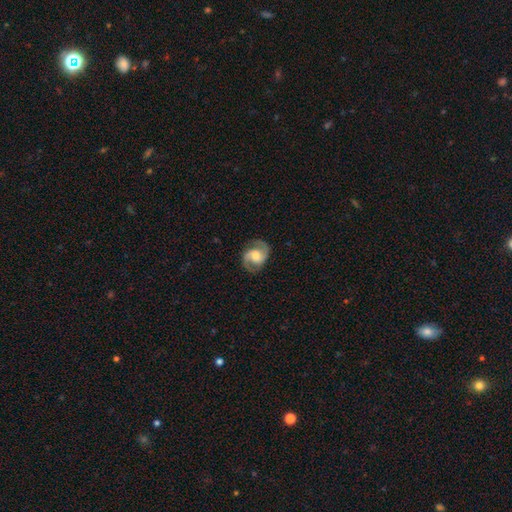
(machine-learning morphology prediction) This appears to be a featured or disk galaxy (87%) with no bar (49%), 2 (93%) medium (58%) spiral arms (97%) and a moderate central bulge (60%). Merging: none (84%).